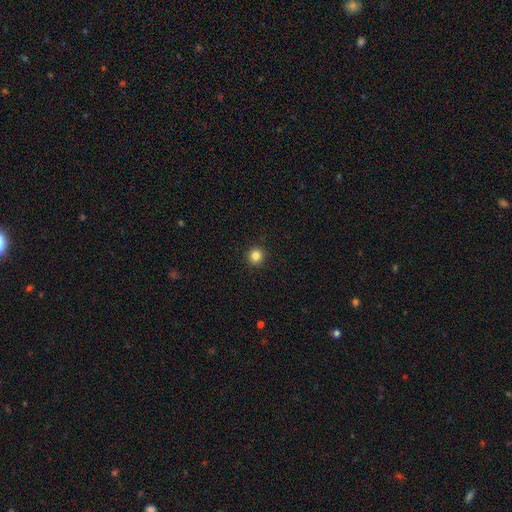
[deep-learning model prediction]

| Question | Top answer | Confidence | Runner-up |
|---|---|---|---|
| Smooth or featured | smooth | 84% | star or artifact (12%) |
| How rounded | round | 94% | in between (5%) |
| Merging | none | 92% | minor disturbance (5%) |